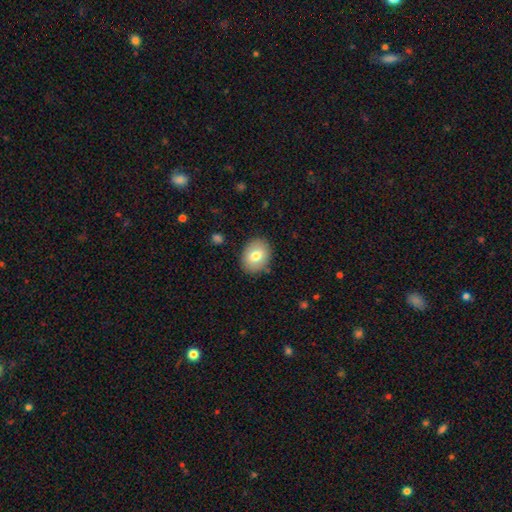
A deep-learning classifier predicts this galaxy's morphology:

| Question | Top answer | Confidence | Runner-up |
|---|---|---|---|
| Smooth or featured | smooth | 75% | featured or disk (17%) |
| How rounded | in between | 58% | round (41%) |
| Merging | none | 86% | minor disturbance (10%) |